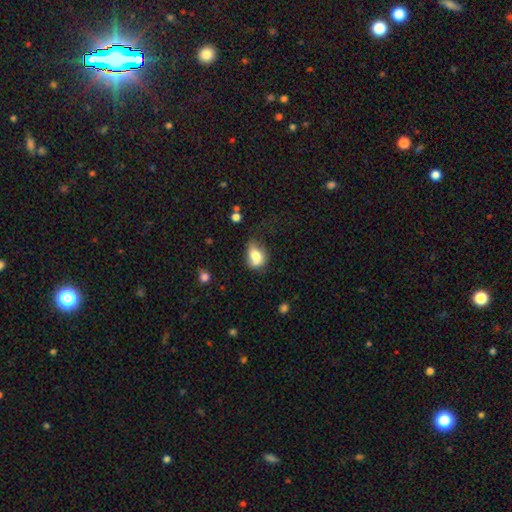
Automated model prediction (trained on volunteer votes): Smooth or featured?
  - smooth: 70% *
  - featured or disk: 20%
  - star or artifact: 10%
How rounded?
  - in between: 65% *
  - round: 34%
  - cigar-shaped: 2%
Merging?
  - none: 35% *
  - minor disturbance: 31%
  - major disturbance: 18%
  - merger: 16%